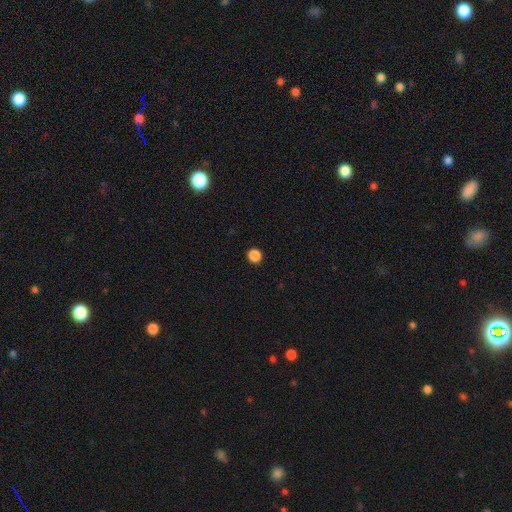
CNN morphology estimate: Q: Smooth or featured?
A: smooth (87%); runner-up: star or artifact (11%)
Q: How rounded?
A: round (87%); runner-up: in between (12%)
Q: Merging?
A: none (93%); runner-up: minor disturbance (5%)